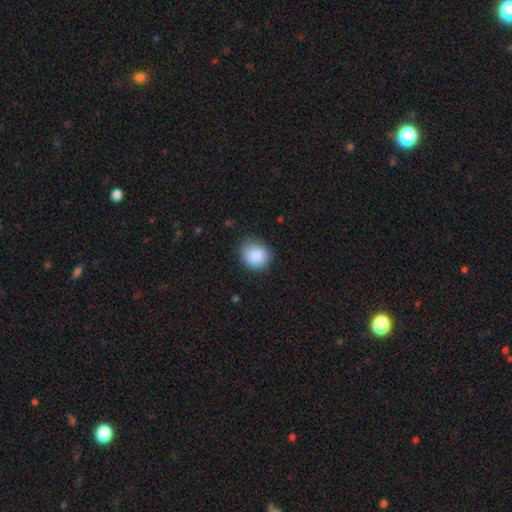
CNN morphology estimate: This is clearly a smooth galaxy (88%). How rounded: likely round (71%). Merging: likely none (79%).